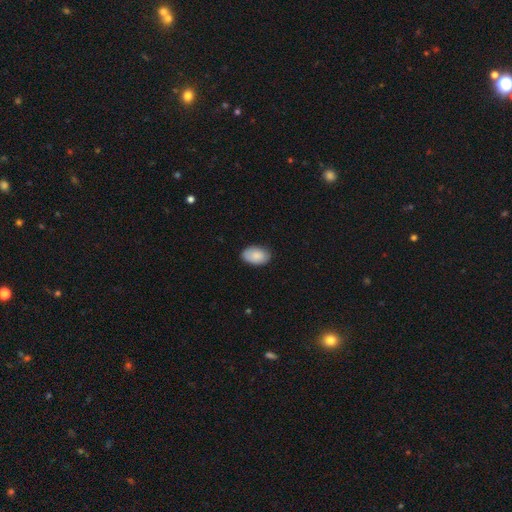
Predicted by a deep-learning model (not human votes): Smooth or featured: smooth — 86% (featured or disk — 8%)
How rounded: in between — 91% (round — 8%)
Merging: none — 83% (minor disturbance — 14%)